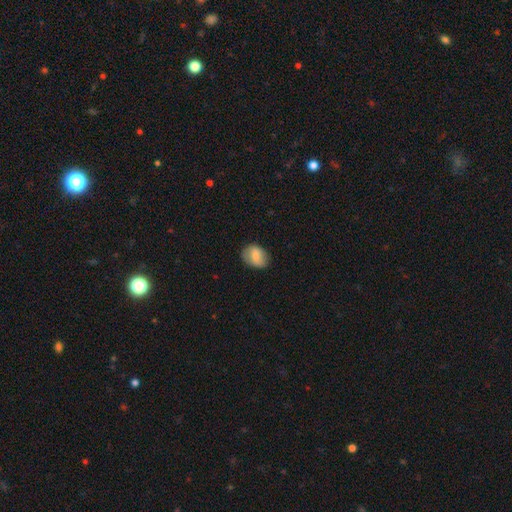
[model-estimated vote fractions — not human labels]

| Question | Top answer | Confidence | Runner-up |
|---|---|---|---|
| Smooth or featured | smooth | 76% | featured or disk (17%) |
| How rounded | in between | 64% | round (35%) |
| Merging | none | 75% | minor disturbance (19%) |